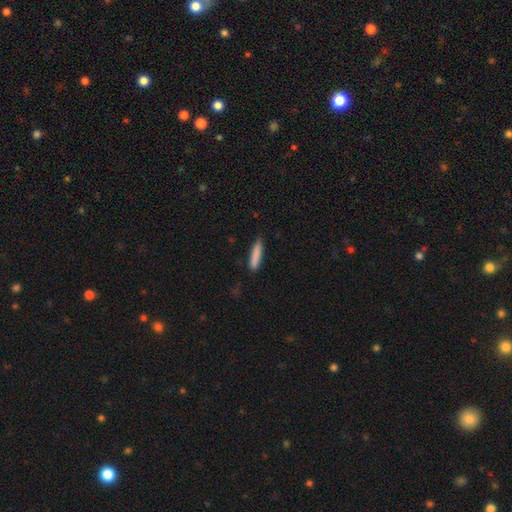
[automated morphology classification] type=smooth (86%); roundness=cigar-shaped (86%); merging=none (83%).